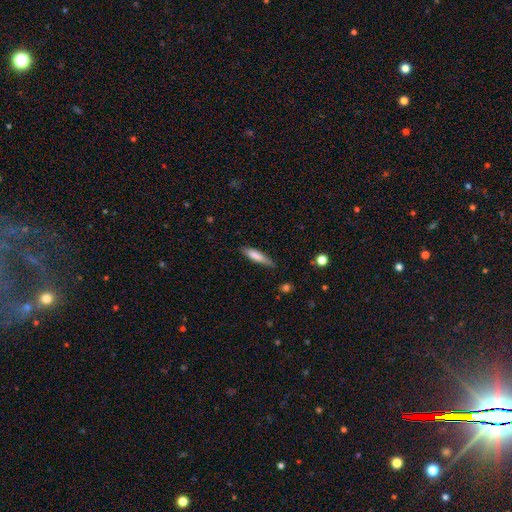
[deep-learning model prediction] Smooth or featured: smooth — 75% (featured or disk — 19%)
How rounded: cigar-shaped — 79% (in between — 20%)
Merging: none — 72% (minor disturbance — 22%)